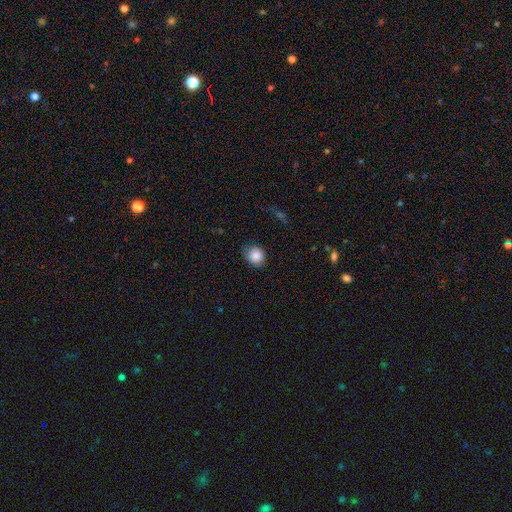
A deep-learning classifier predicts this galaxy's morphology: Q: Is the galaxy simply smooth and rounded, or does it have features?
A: smooth — 86%.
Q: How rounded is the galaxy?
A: round — 77%.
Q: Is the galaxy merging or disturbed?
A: none — 76%.